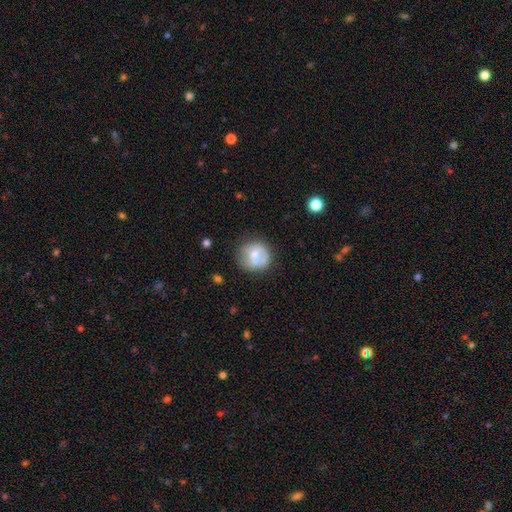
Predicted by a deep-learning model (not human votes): Smooth or featured? smooth (60%)
How rounded? round (87%)
Merging? none (60%)